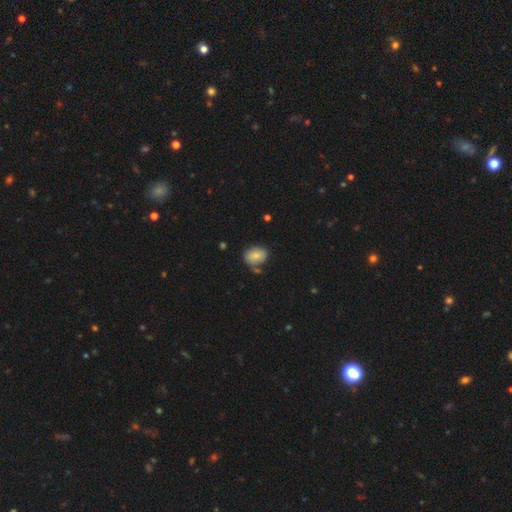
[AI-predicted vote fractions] This appears to be a smooth galaxy with no disk features (81%) that is in between round and cigar-shaped (65%). Merging: none (65%).